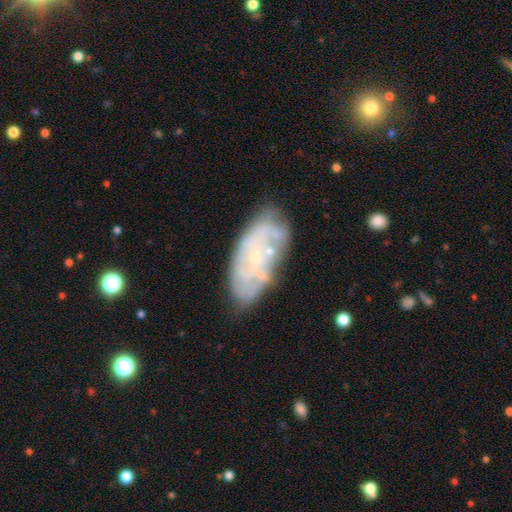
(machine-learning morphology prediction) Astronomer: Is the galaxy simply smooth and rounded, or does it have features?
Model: featured or disk — 67%.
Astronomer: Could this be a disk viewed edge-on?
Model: no — 93%.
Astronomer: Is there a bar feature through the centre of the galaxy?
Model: no — 80%.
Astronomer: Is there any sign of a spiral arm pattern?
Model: yes — 60% (runner-up: no, 40%).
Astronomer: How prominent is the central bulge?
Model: small — 74%.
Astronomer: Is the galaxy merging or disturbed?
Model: none — 65%.